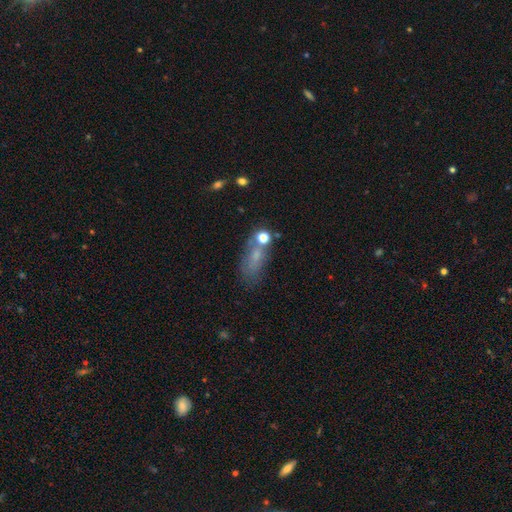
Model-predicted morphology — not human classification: Q: Smooth or featured?
A: smooth (60%); runner-up: featured or disk (20%)
Q: How rounded?
A: in between (69%); runner-up: cigar-shaped (18%)
Q: Merging?
A: none (52%); runner-up: minor disturbance (21%)